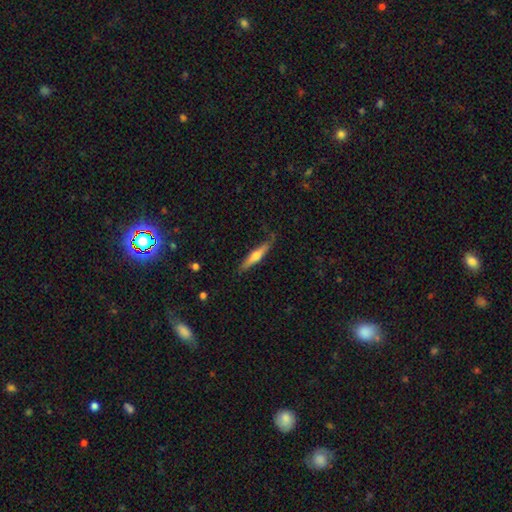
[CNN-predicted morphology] featured or disk 51%, smooth 44%, star or artifact 5%. Down the decision tree: edge-on disk — yes (94%); merging — none (77%).